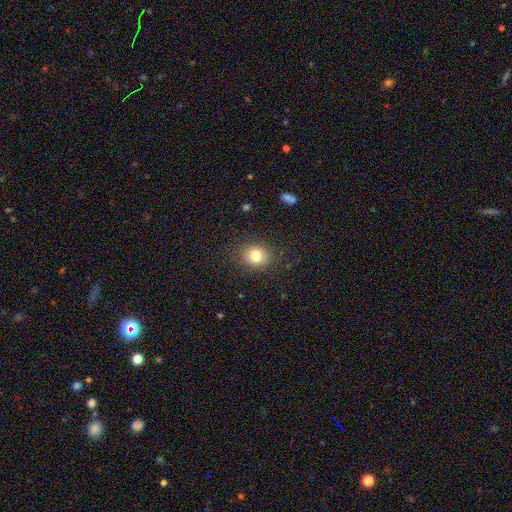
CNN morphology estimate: A smooth galaxy with no disk features (80%) that is round (71%). Merging: none (87%).